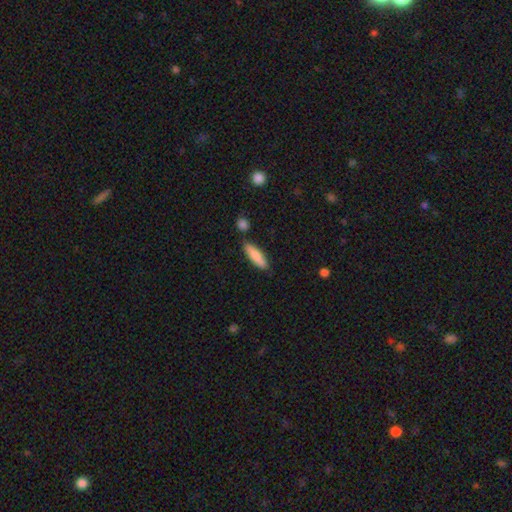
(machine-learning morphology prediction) Smooth or featured?
  - smooth: 79% *
  - featured or disk: 16%
  - star or artifact: 6%
How rounded?
  - cigar-shaped: 69% *
  - in between: 30%
  - round: 2%
Merging?
  - none: 82% *
  - minor disturbance: 11%
  - merger: 4%
  - major disturbance: 2%